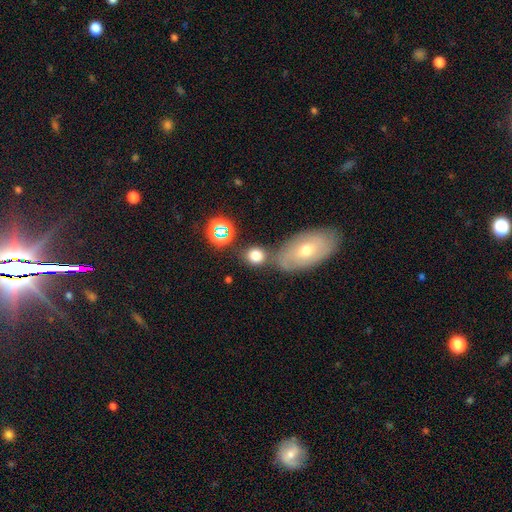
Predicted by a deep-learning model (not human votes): smooth-or-featured: smooth: 75% | star or artifact: 15% | featured or disk: 10%
  how-rounded: round: 64% | in between: 35% | cigar-shaped: 2%
  merging: none: 63% | merger: 20% | minor disturbance: 12% | major disturbance: 5%